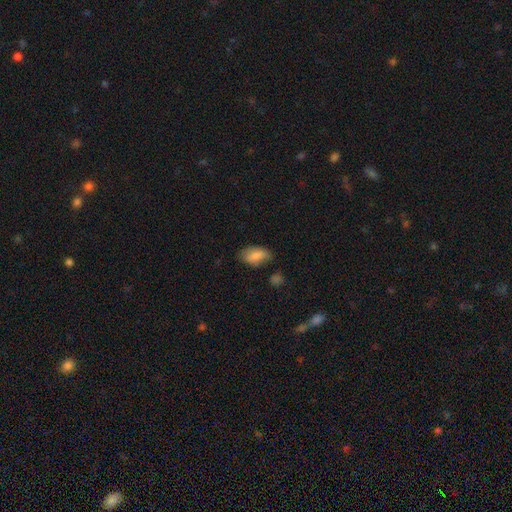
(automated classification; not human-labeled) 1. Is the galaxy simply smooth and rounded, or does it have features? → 81% smooth, 12% featured or disk, 7% star or artifact.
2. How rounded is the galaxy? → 92% in between, 4% round, 4% cigar-shaped.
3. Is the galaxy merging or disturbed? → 66% none, 25% minor disturbance, 6% major disturbance, 3% merger.